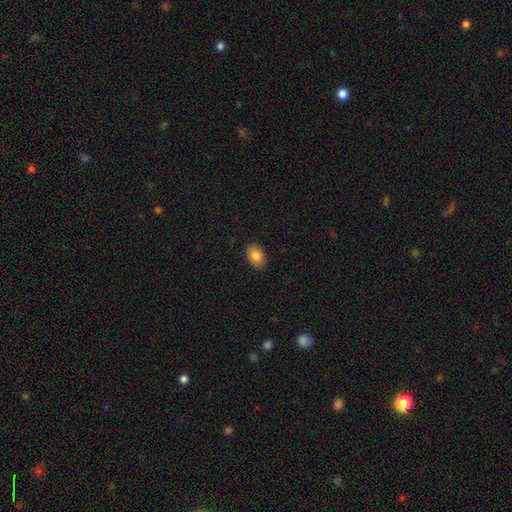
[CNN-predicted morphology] This is clearly a smooth galaxy (83%). How rounded: clearly in between (85%). Merging: clearly none (89%).